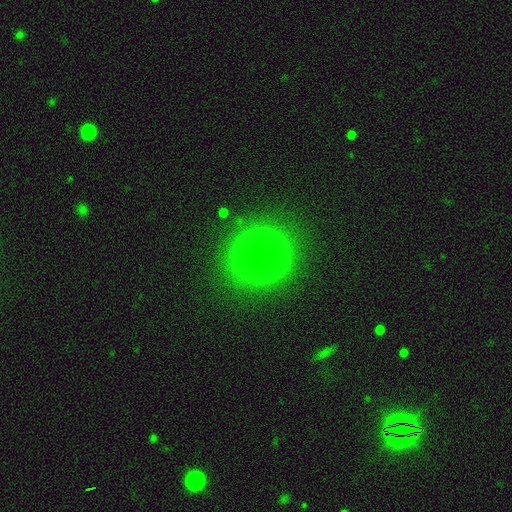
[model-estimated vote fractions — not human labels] A featured or disk galaxy (55%) with a weak bar (39%, tied with no), spiral arms (65%) and no central bulge (47%).

Vote fractions:
- Smooth or featured? featured or disk: 55% / smooth: 32% / star or artifact: 12%
- Edge-on disk? no: 97% / yes: 3%
- Bar? weak: 39% (tied) / no: 39% (tied) / strong: 23%
- Spiral arms? yes: 65% / no: 35%
- Bulge size? none: 47% / small: 23% / moderate: 19% / large: 8% / dominant: 3%
- Merging? none: 54% / major disturbance: 23% / minor disturbance: 18% / merger: 4%